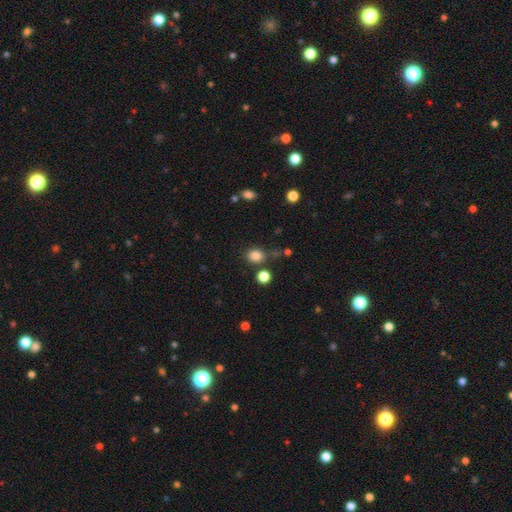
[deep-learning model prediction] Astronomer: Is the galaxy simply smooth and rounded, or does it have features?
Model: smooth — 83%.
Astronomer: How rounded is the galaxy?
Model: round — 64%.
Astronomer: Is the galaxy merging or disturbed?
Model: none — 71%.